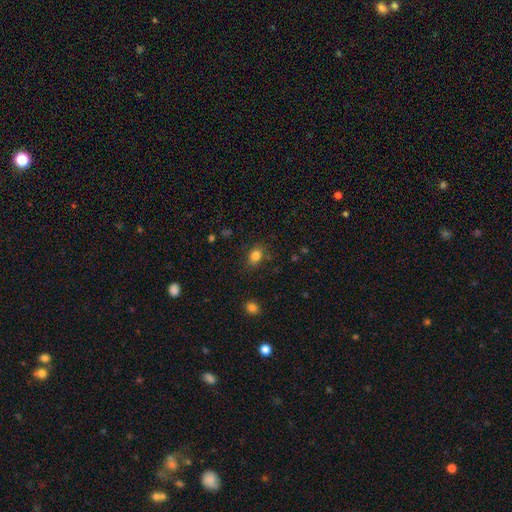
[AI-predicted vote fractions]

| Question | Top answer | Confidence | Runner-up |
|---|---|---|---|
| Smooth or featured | smooth | 83% | star or artifact (11%) |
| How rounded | in between | 62% | round (37%) |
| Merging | none | 80% | minor disturbance (14%) |